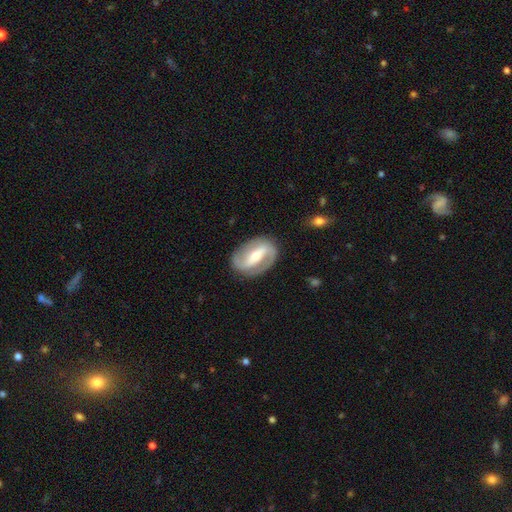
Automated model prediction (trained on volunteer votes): Smooth or featured: featured or disk — 84% (smooth — 12%)
Edge-on disk: no — 96% (yes — 4%)
Bar: strong — 62% (weak — 27%)
Spiral arms: yes — 91% (no — 9%)
Spiral winding: medium — 46% (tight — 30%)
Spiral arm count: 2 — 89% (can't tell — 4%)
Bulge size: moderate — 54% (small — 36%)
Merging: none — 83% (minor disturbance — 11%)